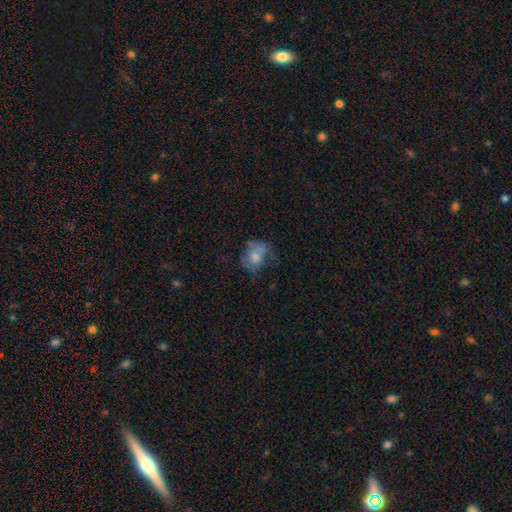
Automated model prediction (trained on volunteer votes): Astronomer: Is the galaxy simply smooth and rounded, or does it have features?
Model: smooth — 53% (runner-up: featured or disk, 37%).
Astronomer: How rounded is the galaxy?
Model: in between — 50% (runner-up: round, 49%).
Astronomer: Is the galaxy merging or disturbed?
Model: none — 37% (runner-up: major disturbance, 33%).